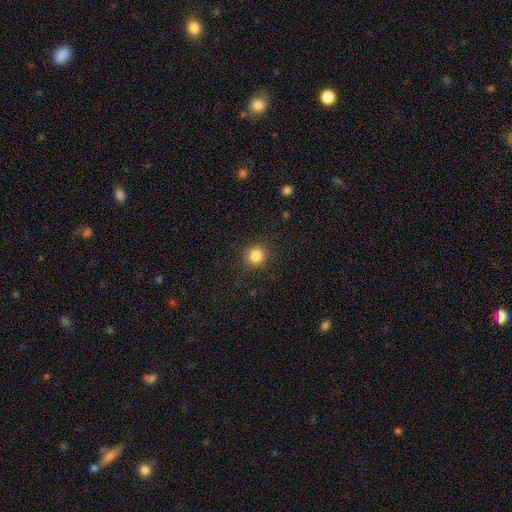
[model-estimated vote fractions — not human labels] Smooth or featured? smooth (85%)
How rounded? round (90%)
Merging? none (89%)